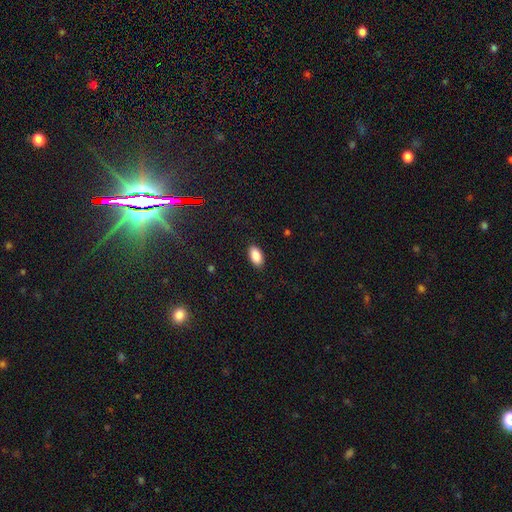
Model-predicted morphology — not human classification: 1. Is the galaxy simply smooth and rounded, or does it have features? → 88% smooth, 7% star or artifact, 5% featured or disk.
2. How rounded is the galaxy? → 94% in between, 3% cigar-shaped, 3% round.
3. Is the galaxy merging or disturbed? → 89% none, 8% minor disturbance, 2% major disturbance, 1% merger.